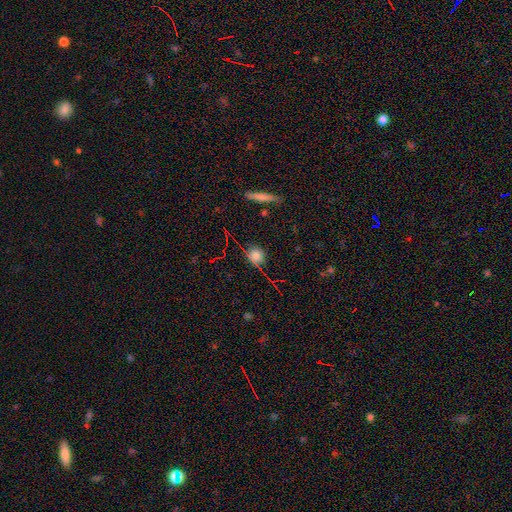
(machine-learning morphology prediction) A smooth galaxy with no disk features (74%) that is round (84%). Merging: none (81%).